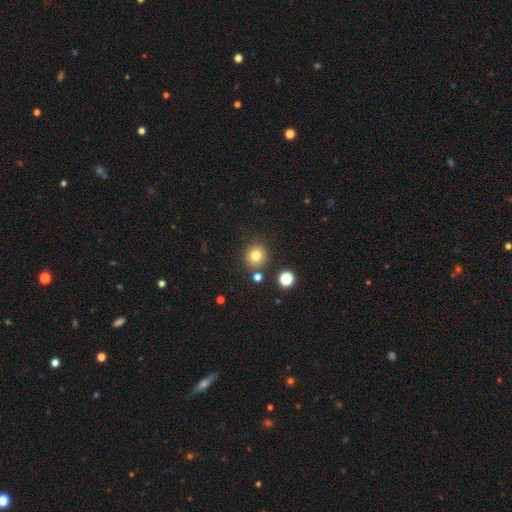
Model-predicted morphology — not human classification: The model was most divided on "smooth or featured": smooth: 78%, star or artifact: 14%, featured or disk: 8%. More confident: how rounded — round (93%); merging — none (83%).